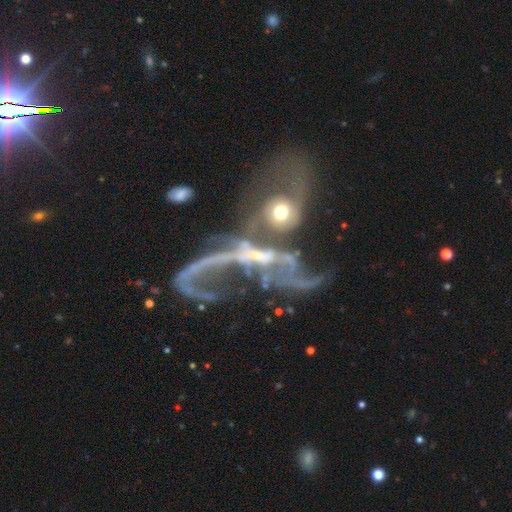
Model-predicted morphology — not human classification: featured or disk 74%, star or artifact 14%, smooth 12%. Down the decision tree: edge-on disk — no (93%); bar — no (58%); spiral arms — yes (68%); bulge size — small (41%); merging — merger (58%).